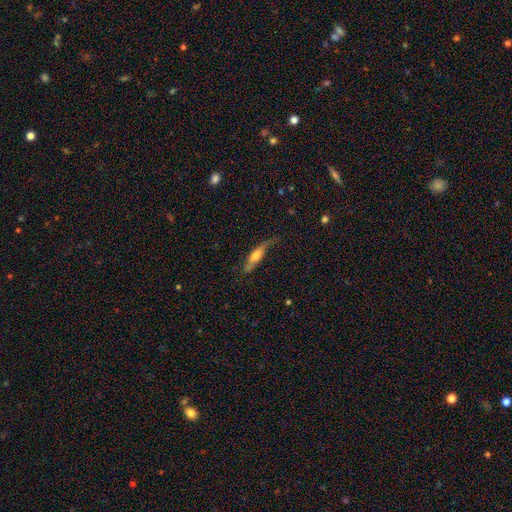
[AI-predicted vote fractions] Smooth or featured: smooth — 50% (featured or disk — 44%)
How rounded: cigar-shaped — 73% (in between — 25%)
Merging: none — 51% (minor disturbance — 32%)